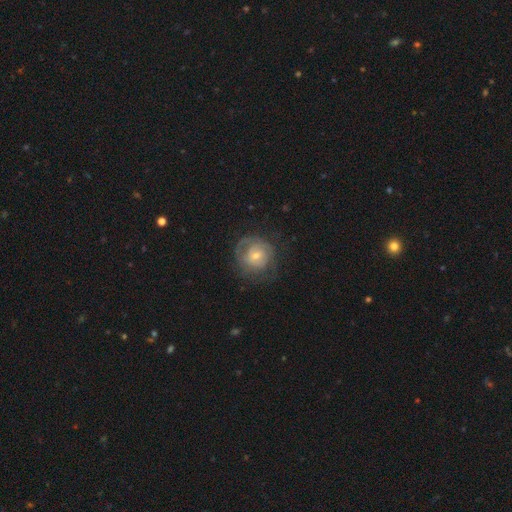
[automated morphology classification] type=featured or disk (69%); edge-on=no (97%); bar=no (62%); spiral arms=yes (84%); winding=tight (59%); arm count=can't tell (43%); bulge=small (58%); merging=none (63%).